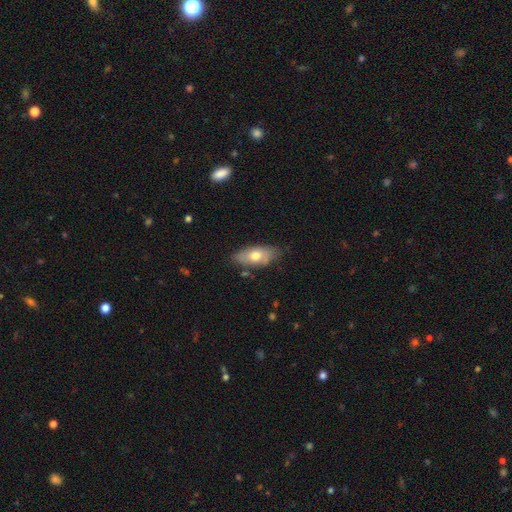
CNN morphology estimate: smooth 65%, featured or disk 29%, star or artifact 6%. Down the decision tree: how rounded — in between (87%); merging — none (74%).